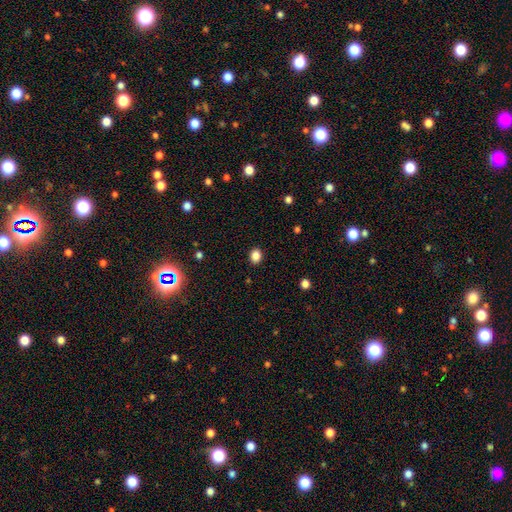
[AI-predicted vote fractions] Smooth or featured: smooth — 85% (star or artifact — 11%)
How rounded: round — 56% (in between — 43%)
Merging: none — 91% (minor disturbance — 6%)